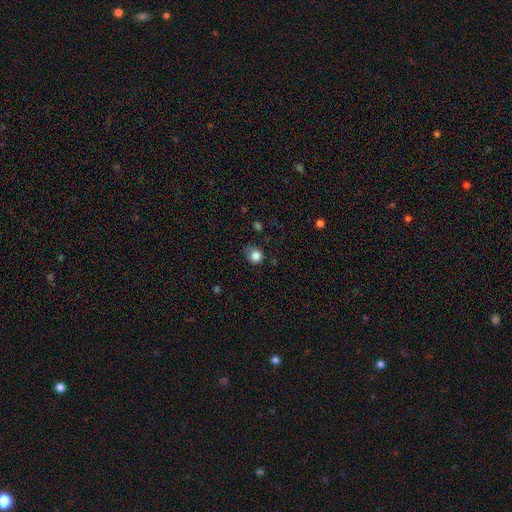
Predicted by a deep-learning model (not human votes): This is clearly a smooth galaxy (84%). How rounded: clearly round (82%). Merging: likely none (62%).